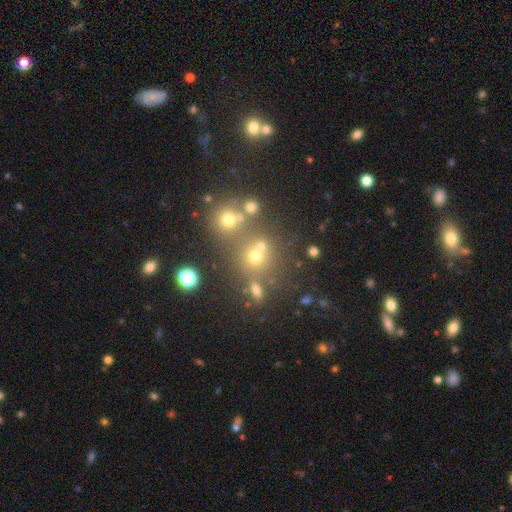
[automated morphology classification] type=smooth (61%); roundness=round (85%); merging=none (62%).